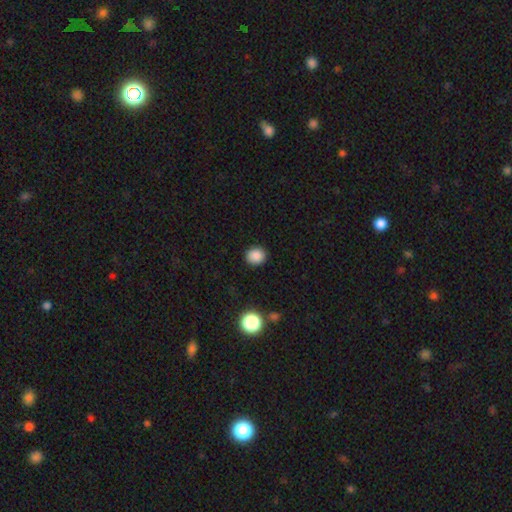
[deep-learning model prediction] A smooth galaxy with no disk features (86%) that is round (76%).

Vote fractions:
- Smooth or featured? smooth: 86% / star or artifact: 11% / featured or disk: 3%
- How rounded? round: 76% / in between: 23% / cigar-shaped: 1%
- Merging? none: 89% / minor disturbance: 7% / major disturbance: 2% / merger: 1%